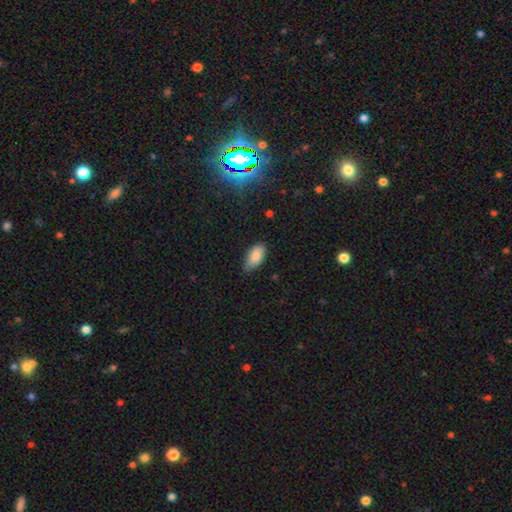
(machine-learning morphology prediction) Q: Smooth or featured?
A: smooth (86%); runner-up: star or artifact (7%)
Q: How rounded?
A: in between (93%); runner-up: cigar-shaped (5%)
Q: Merging?
A: none (71%); runner-up: minor disturbance (24%)